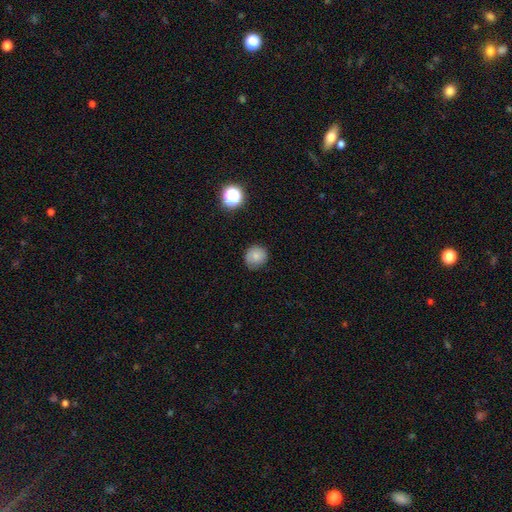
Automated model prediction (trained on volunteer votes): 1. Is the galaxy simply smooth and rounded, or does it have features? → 79% smooth, 11% star or artifact, 10% featured or disk.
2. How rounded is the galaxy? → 88% round, 11% in between, 1% cigar-shaped.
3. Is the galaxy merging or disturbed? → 81% none, 15% minor disturbance, 3% major disturbance, 1% merger.